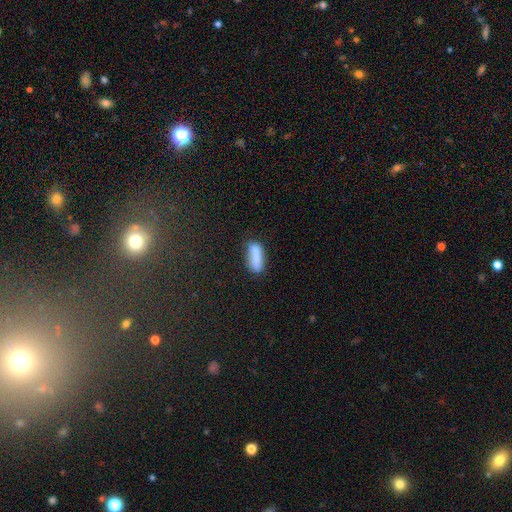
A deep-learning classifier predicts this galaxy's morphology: A smooth galaxy with no disk features (83%) that is in between round and cigar-shaped (54%). Merging: none (68%).